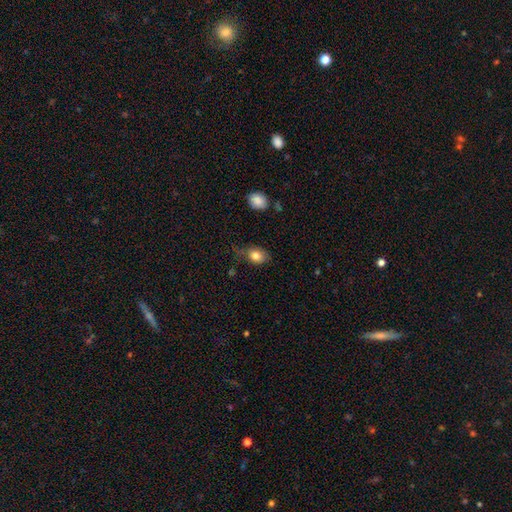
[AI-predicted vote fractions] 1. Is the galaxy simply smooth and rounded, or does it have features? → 81% smooth, 10% featured or disk, 8% star or artifact.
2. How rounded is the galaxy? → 72% in between, 26% round, 2% cigar-shaped.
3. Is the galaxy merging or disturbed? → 55% none, 31% minor disturbance, 11% major disturbance, 3% merger.